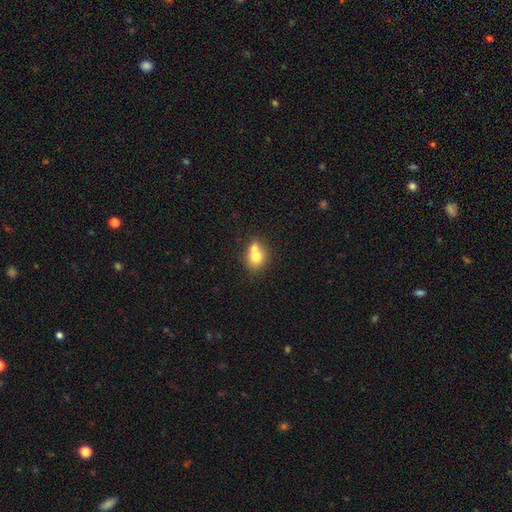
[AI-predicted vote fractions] Q: Smooth or featured?
A: smooth (72%); runner-up: featured or disk (18%)
Q: How rounded?
A: round (66%); runner-up: in between (33%)
Q: Merging?
A: merger (54%); runner-up: none (35%)